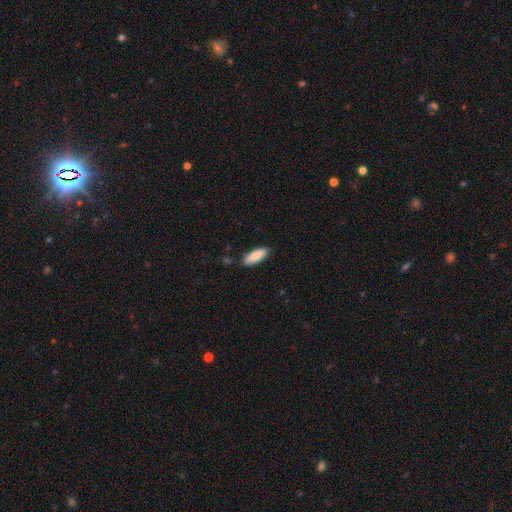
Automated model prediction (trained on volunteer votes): smooth_or_featured: smooth (p=0.84) [alt: featured or disk p=0.10]
how_rounded: in between (p=0.64) [alt: cigar-shaped p=0.34]
merging: none (p=0.85) [alt: minor disturbance p=0.11]